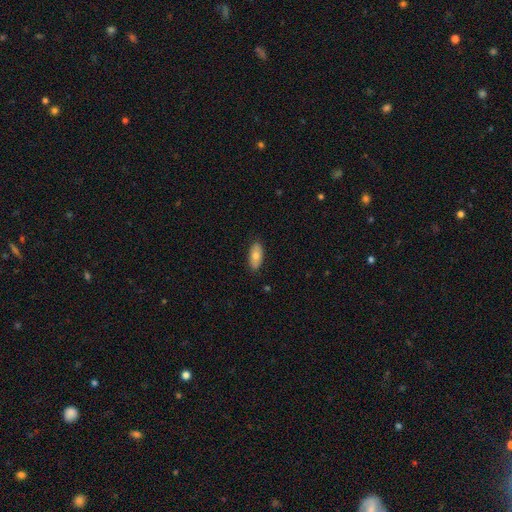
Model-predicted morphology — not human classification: The model was most divided on "smooth or featured": smooth: 73%, featured or disk: 20%, star or artifact: 6%. More confident: how rounded — in between (89%); merging — none (87%).